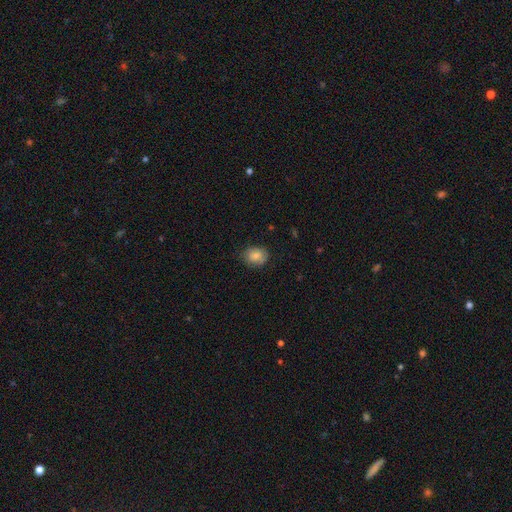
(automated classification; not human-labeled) A smooth galaxy with no disk features (79%) that is in between round and cigar-shaped (52%).

Vote fractions:
- Smooth or featured? smooth: 79% / featured or disk: 13% / star or artifact: 8%
- How rounded? in between: 52% / round: 47% / cigar-shaped: 1%
- Merging? none: 73% / minor disturbance: 21% / major disturbance: 5% / merger: 2%